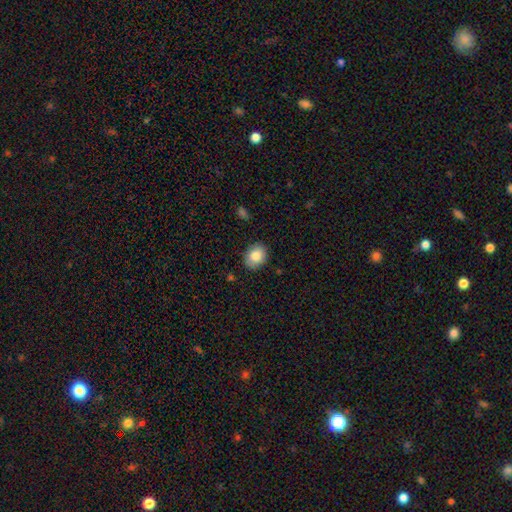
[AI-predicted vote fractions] A smooth galaxy with no disk features (84%) that is in between round and cigar-shaped (57%). Merging: none (85%).